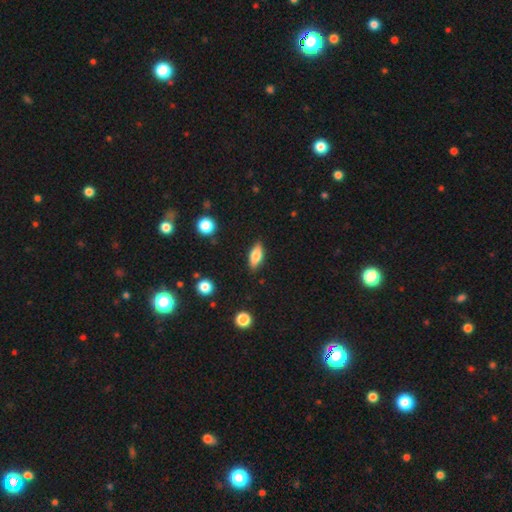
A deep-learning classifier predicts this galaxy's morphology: The model was most divided on "how rounded": in between: 78%, cigar-shaped: 19%, round: 3%. More confident: merging — none (86%); smooth or featured — smooth (76%).